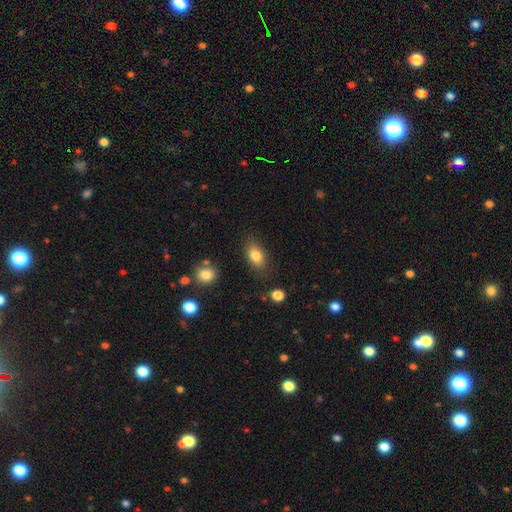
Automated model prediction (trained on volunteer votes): A smooth galaxy with no disk features (82%) that is in between round and cigar-shaped (86%).

Vote fractions:
- Smooth or featured? smooth: 82% / featured or disk: 9% / star or artifact: 9%
- How rounded? in between: 86% / round: 11% / cigar-shaped: 3%
- Merging? none: 82% / minor disturbance: 12% / major disturbance: 3% / merger: 2%